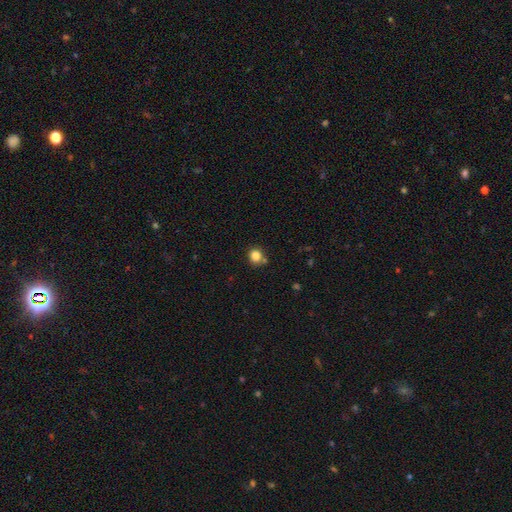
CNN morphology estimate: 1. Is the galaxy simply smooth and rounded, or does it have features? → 84% smooth, 12% star or artifact, 5% featured or disk.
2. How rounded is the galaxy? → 84% round, 15% in between, 1% cigar-shaped.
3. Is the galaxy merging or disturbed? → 74% none, 12% minor disturbance, 11% merger, 3% major disturbance.